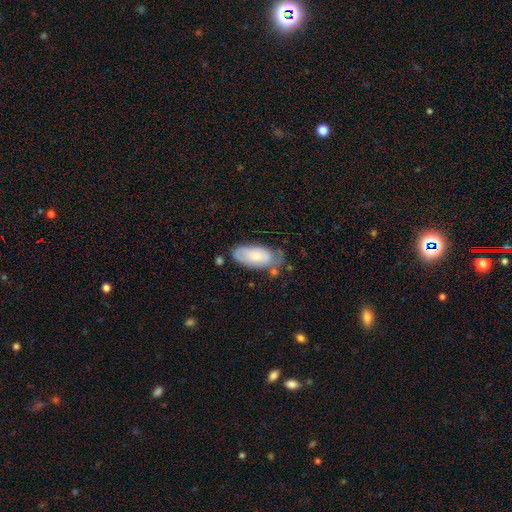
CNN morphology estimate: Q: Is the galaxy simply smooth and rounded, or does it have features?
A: smooth — 53%.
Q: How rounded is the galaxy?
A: in between — 90%.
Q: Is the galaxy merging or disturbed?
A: none — 50%.